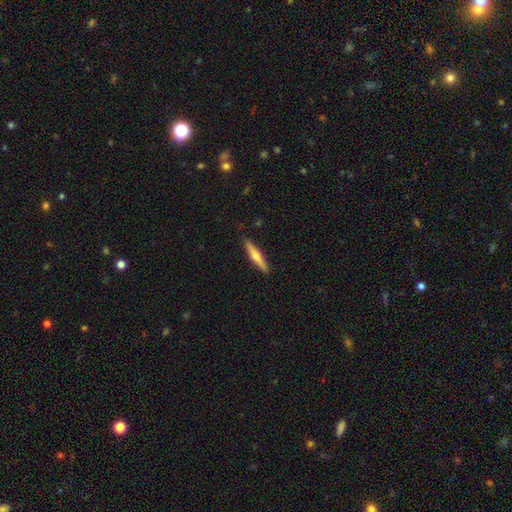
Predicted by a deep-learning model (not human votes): Smooth or featured?
  - featured or disk: 49% *
  - smooth: 45%
  - star or artifact: 6%
Merging?
  - none: 90% *
  - minor disturbance: 7%
  - major disturbance: 1%
  - merger: 1%